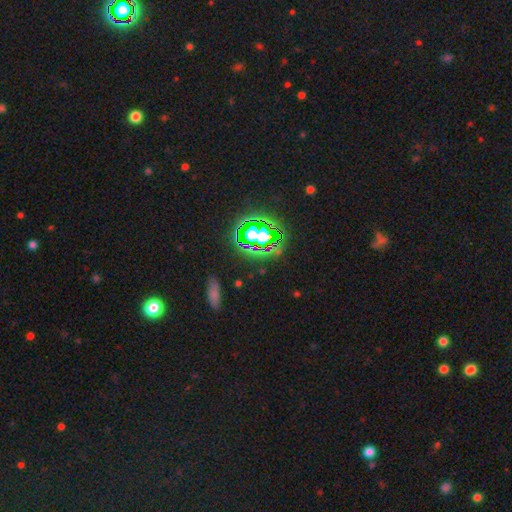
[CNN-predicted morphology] Overall: star or artifact (75%).